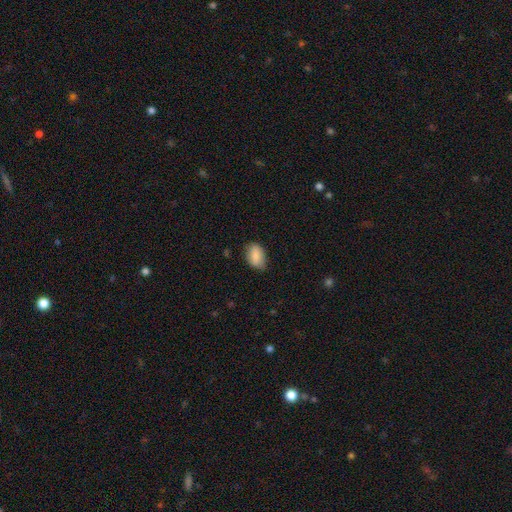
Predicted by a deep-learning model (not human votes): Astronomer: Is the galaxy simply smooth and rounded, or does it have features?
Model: smooth — 85%.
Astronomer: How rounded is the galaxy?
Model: in between — 89%.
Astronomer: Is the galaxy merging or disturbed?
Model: none — 75%.